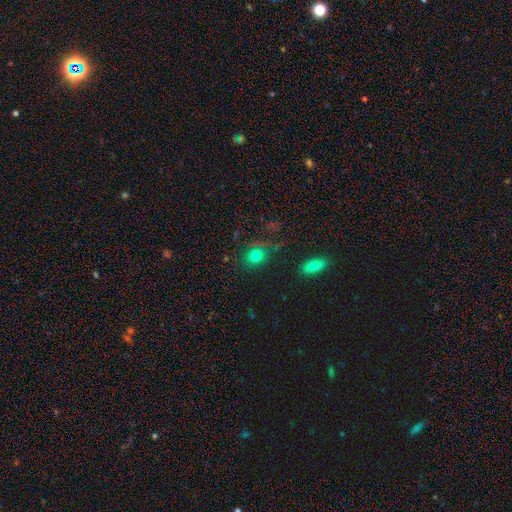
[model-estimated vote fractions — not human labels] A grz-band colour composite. It shows a smooth galaxy with no disk features (76%) that is round (65%). Merging: none (74%).